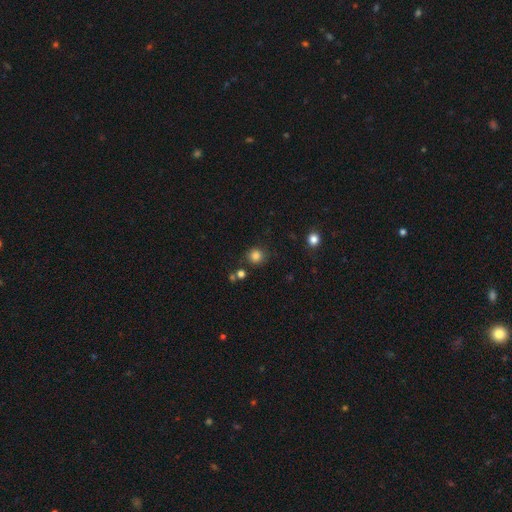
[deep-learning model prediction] The model was most divided on "smooth or featured": smooth: 83%, star or artifact: 13%, featured or disk: 4%. More confident: how rounded — round (91%); merging — none (83%).